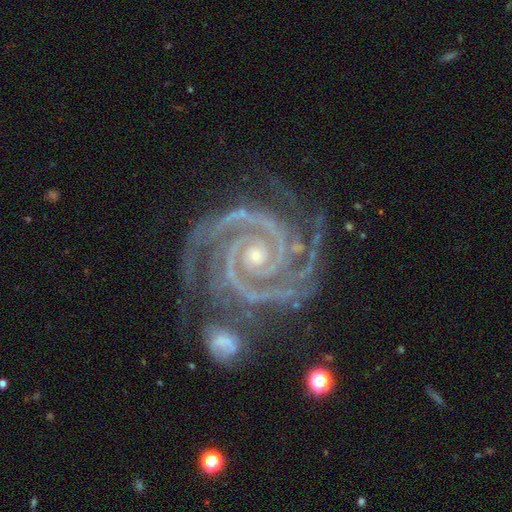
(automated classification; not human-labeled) featured or disk 94%, star or artifact 5%, smooth 2%. Down the decision tree: edge-on disk — no (98%); bar — no (59%); spiral arms — yes (99%); spiral arm count — 2 (59%); spiral winding — tight (81%); bulge size — small (67%); merging — none (69%).